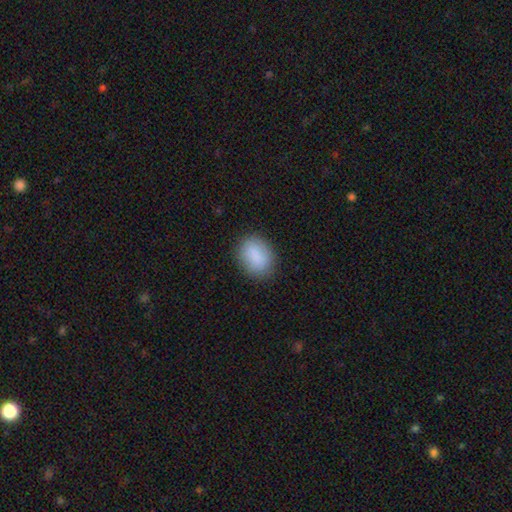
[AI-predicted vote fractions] Morphology: type=smooth (87%); roundness=in between (63%); merging=none (84%).